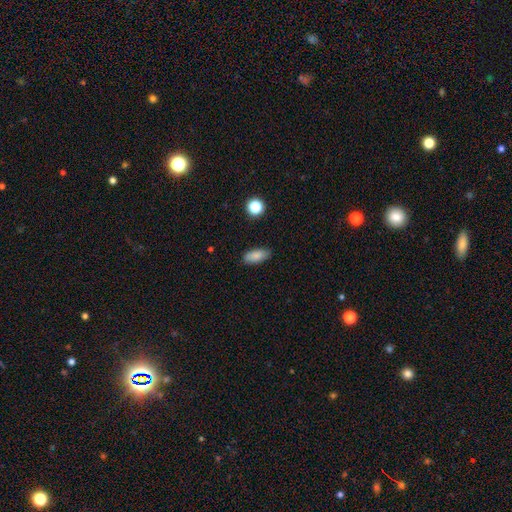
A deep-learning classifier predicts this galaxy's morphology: Q: Smooth or featured?
A: smooth (85%); runner-up: star or artifact (8%)
Q: How rounded?
A: in between (85%); runner-up: cigar-shaped (12%)
Q: Merging?
A: none (85%); runner-up: minor disturbance (11%)